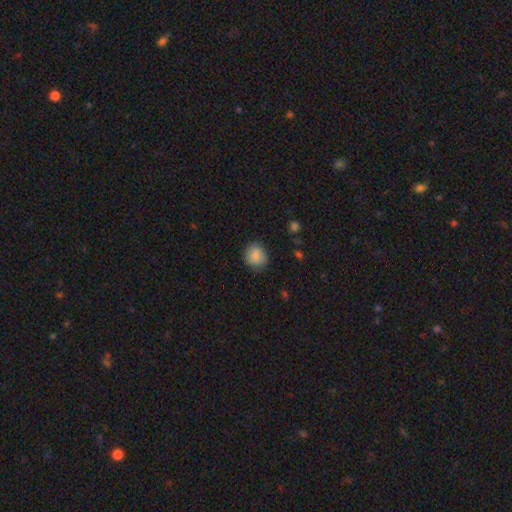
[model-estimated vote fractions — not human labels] smooth_or_featured: smooth (p=0.85) [alt: star or artifact p=0.08]
how_rounded: round (p=0.72) [alt: in between p=0.27]
merging: none (p=0.81) [alt: minor disturbance p=0.15]